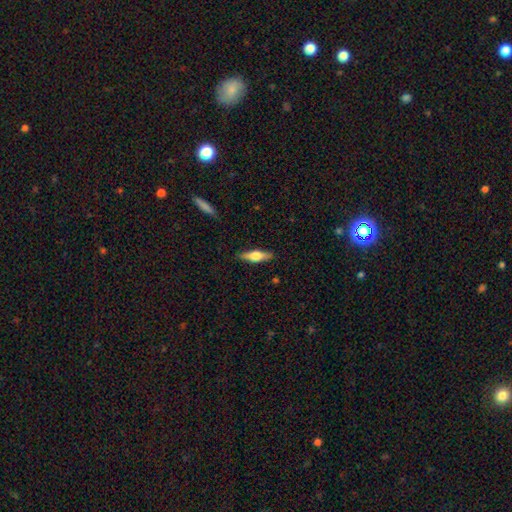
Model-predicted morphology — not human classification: Smooth or featured: featured or disk — 49% (smooth — 45%)
Merging: none — 88% (minor disturbance — 9%)